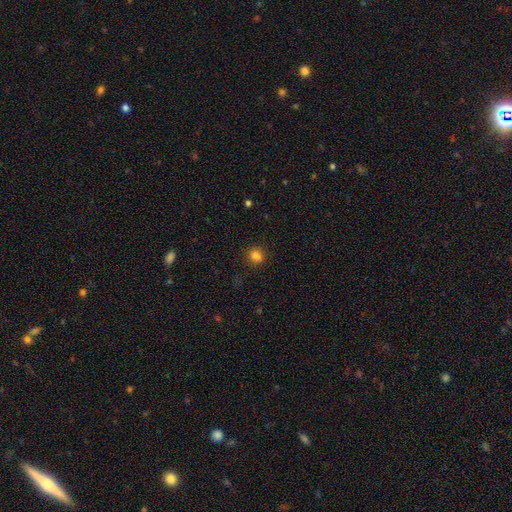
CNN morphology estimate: Overall: smooth (76%). How rounded: round (69%). Merging: none (72%).